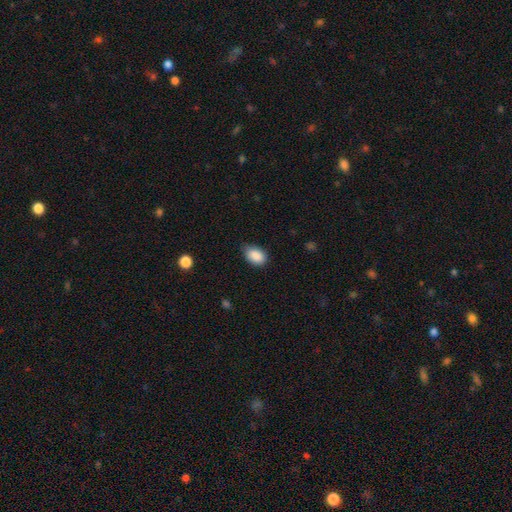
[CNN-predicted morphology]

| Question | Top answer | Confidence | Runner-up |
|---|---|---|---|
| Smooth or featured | smooth | 89% | star or artifact (7%) |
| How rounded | in between | 84% | round (15%) |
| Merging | none | 73% | minor disturbance (23%) |